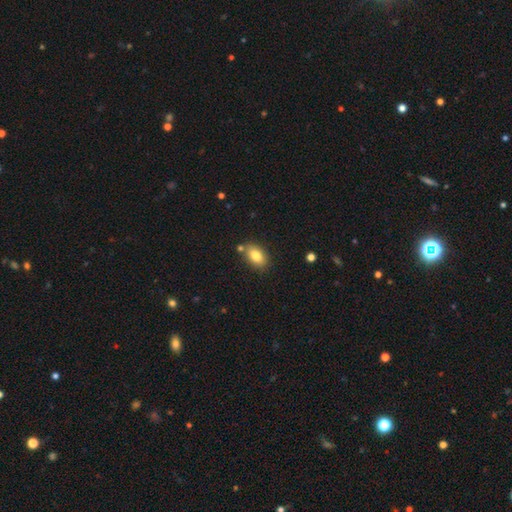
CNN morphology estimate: The model was most divided on "merging": none: 77%, minor disturbance: 13%, merger: 8%, major disturbance: 3%. More confident: how rounded — in between (87%); smooth or featured — smooth (82%).